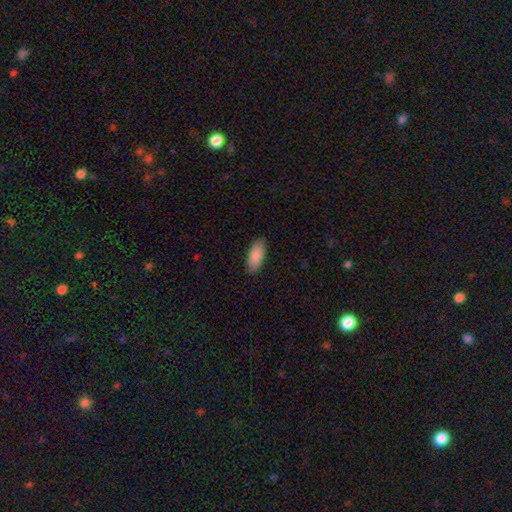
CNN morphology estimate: Smooth or featured? smooth (88%)
How rounded? in between (85%)
Merging? none (88%)